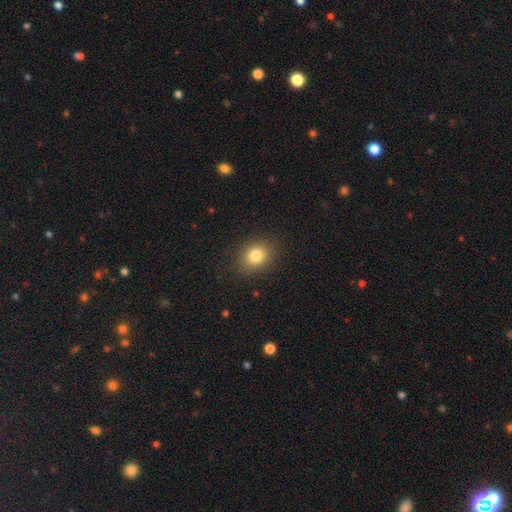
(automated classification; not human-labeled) smooth-or-featured: smooth: 81% | star or artifact: 11% | featured or disk: 7%
  how-rounded: round: 50% | in between: 49% | cigar-shaped: 1%
  merging: none: 86% | minor disturbance: 10% | major disturbance: 3% | merger: 1%